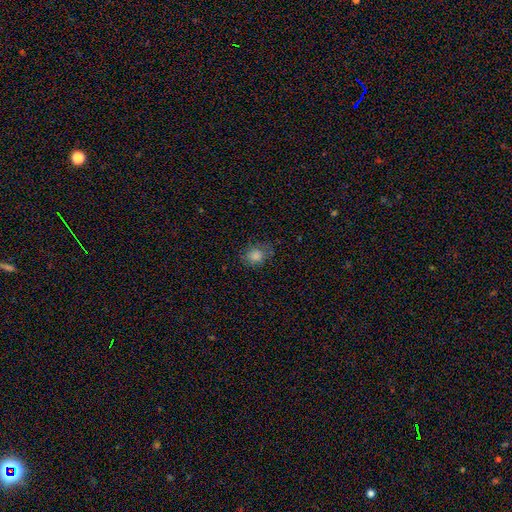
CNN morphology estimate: smooth-or-featured: smooth: 78% | star or artifact: 14% | featured or disk: 8%
  how-rounded: round: 66% | in between: 32% | cigar-shaped: 1%
  merging: none: 72% | minor disturbance: 20% | major disturbance: 7% | merger: 1%